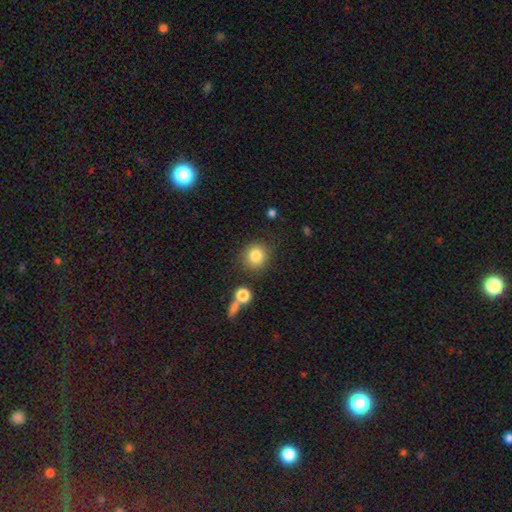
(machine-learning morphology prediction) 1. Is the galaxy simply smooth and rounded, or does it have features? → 84% smooth, 10% star or artifact, 6% featured or disk.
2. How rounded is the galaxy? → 88% round, 11% in between, 1% cigar-shaped.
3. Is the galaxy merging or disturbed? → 81% none, 9% minor disturbance, 6% merger, 4% major disturbance.